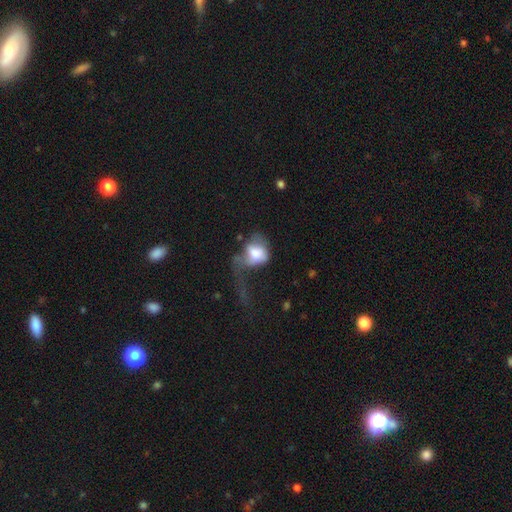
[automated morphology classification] Smooth or featured?
  - smooth: 63% *
  - featured or disk: 29%
  - star or artifact: 9%
How rounded?
  - in between: 65% *
  - round: 33%
  - cigar-shaped: 2%
Merging?
  - major disturbance: 62% *
  - minor disturbance: 16%
  - none: 14%
  - merger: 9%